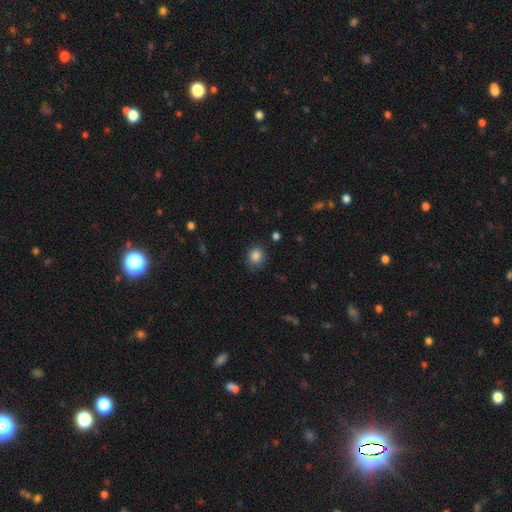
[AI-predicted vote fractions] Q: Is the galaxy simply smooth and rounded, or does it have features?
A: smooth — 85%.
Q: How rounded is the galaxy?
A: round — 77%.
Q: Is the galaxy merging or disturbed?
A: none — 85%.